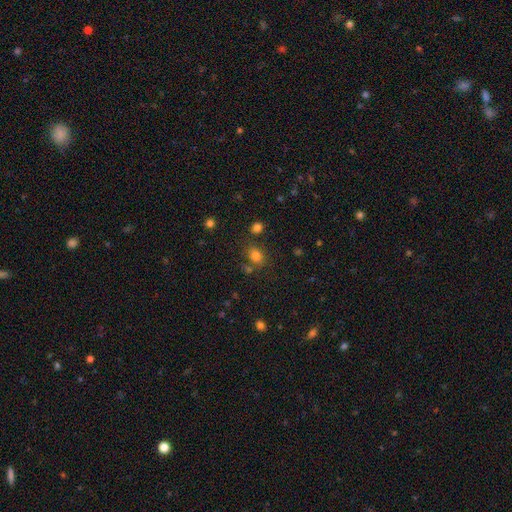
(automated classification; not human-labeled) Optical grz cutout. It shows a smooth galaxy with no disk features (77%) that is in between round and cigar-shaped (58%). Merging: none (71%).